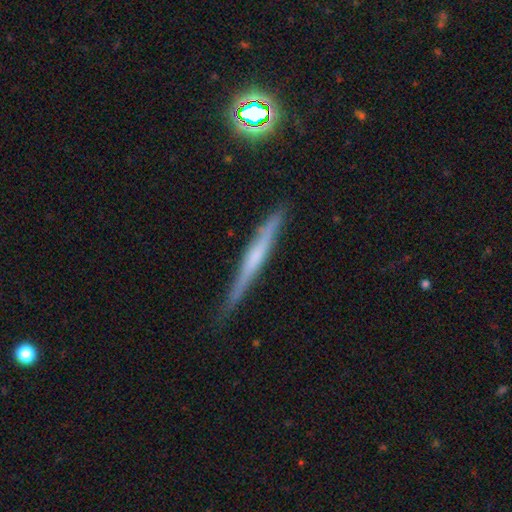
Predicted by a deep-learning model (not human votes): The model was most divided on "edge-on bulge": none: 55%, rounded: 35%, boxy: 10%. More confident: edge-on disk — yes (97%); merging — none (83%); smooth or featured — featured or disk (58%).